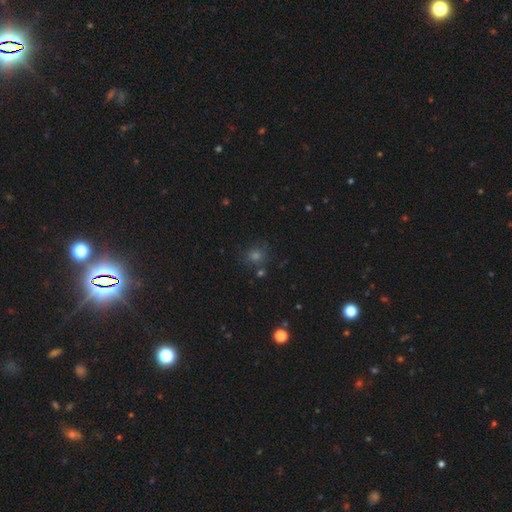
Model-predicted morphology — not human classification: Q: Smooth or featured?
A: smooth (60%); runner-up: star or artifact (30%)
Q: How rounded?
A: round (86%); runner-up: in between (13%)
Q: Merging?
A: none (78%); runner-up: minor disturbance (12%)